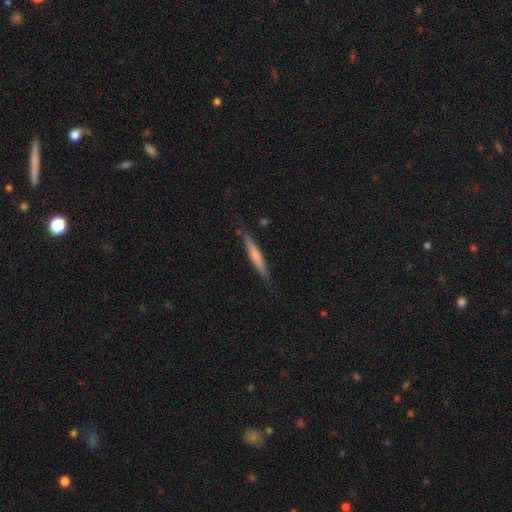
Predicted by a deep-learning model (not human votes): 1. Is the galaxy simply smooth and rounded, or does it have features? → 53% smooth, 42% featured or disk, 6% star or artifact.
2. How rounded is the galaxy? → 94% cigar-shaped, 4% in between, 1% round.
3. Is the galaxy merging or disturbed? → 82% none, 13% minor disturbance, 3% major disturbance, 2% merger.